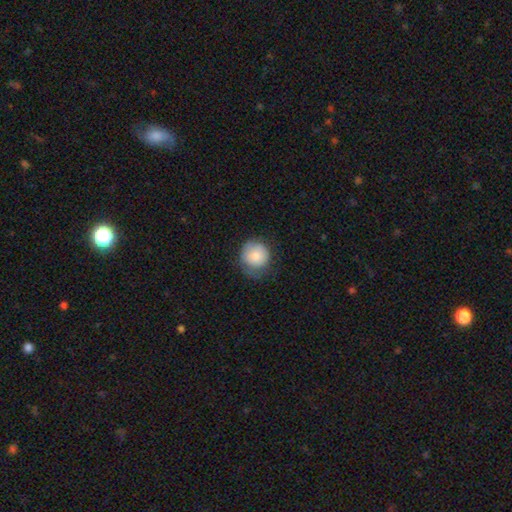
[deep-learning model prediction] Q: Smooth or featured?
A: smooth (79%); runner-up: featured or disk (13%)
Q: How rounded?
A: round (89%); runner-up: in between (10%)
Q: Merging?
A: none (59%); runner-up: minor disturbance (29%)